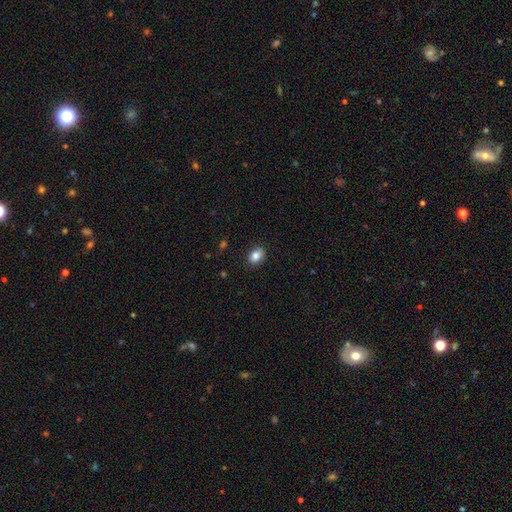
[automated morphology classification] Smooth or featured? smooth (85%)
How rounded? in between (76%)
Merging? none (88%)